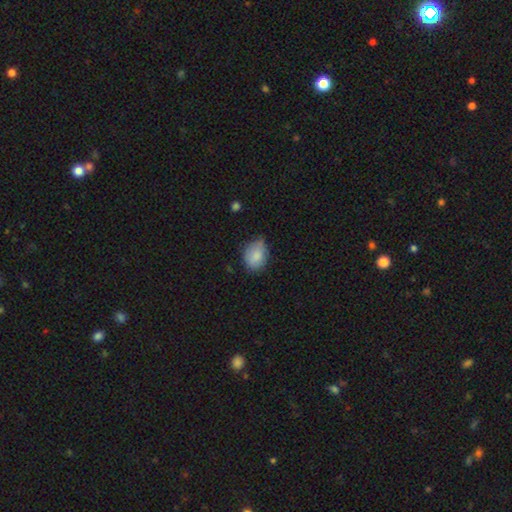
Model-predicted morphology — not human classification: A smooth galaxy with no disk features (83%) that is in between round and cigar-shaped (70%). Merging: none (57%).